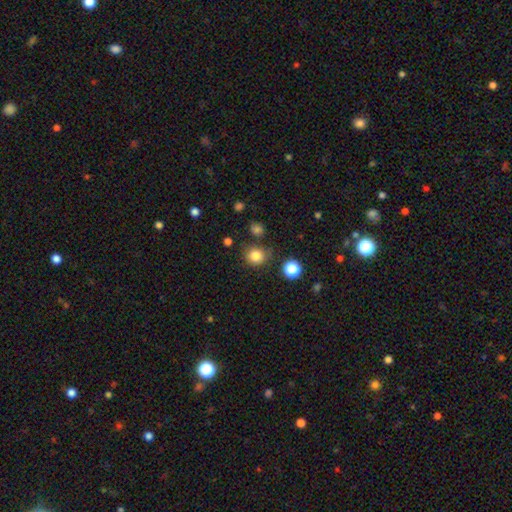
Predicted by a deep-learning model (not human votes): Smooth or featured? smooth (82%)
How rounded? round (83%)
Merging? none (77%)